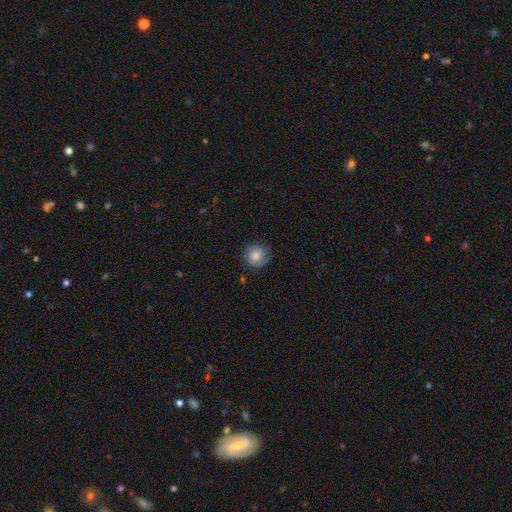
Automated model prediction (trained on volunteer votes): Smooth or featured? Predicted: smooth (p=0.77). How rounded? Predicted: round (p=0.92). Merging? Predicted: none (p=0.82).